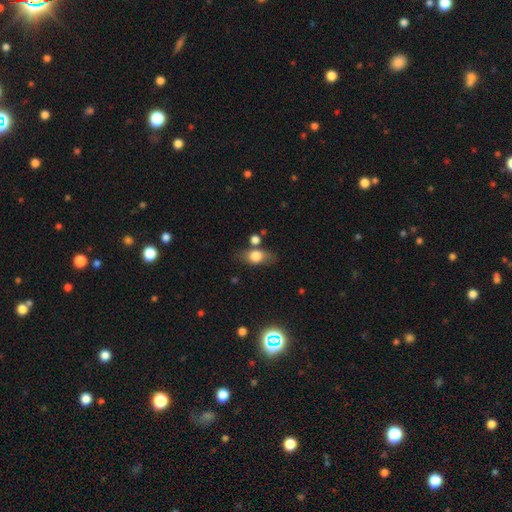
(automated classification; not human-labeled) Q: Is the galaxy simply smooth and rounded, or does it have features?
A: smooth — 73%.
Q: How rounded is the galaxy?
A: in between — 73%.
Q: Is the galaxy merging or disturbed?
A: none — 67%.